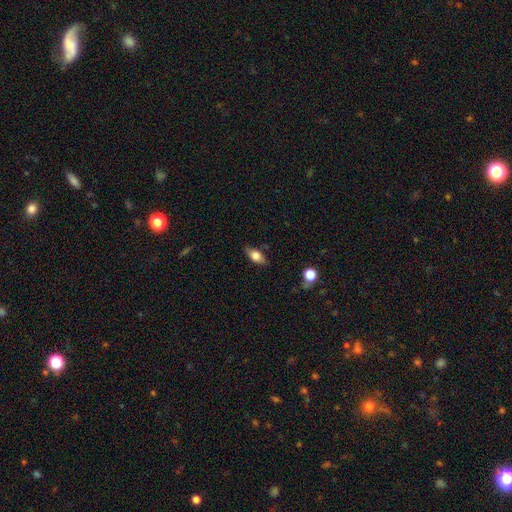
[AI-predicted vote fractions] This is likely a smooth galaxy (71%). How rounded: clearly in between (82%). Merging: likely none (79%).